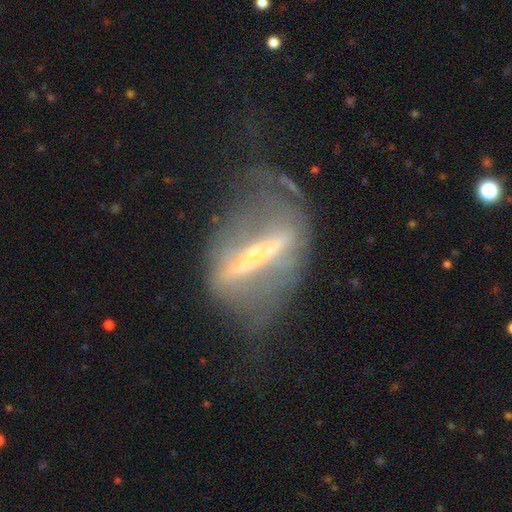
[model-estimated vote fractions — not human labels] Smooth or featured: featured or disk — 78% (smooth — 14%)
Edge-on disk: no — 53% (yes — 47%)
Merging: none — 42% (major disturbance — 34%)